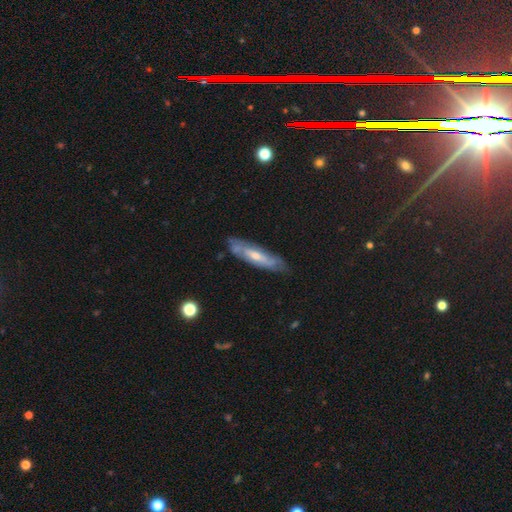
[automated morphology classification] Q: Smooth or featured?
A: featured or disk (64%); runner-up: smooth (29%)
Q: Edge-on disk?
A: no (53%); runner-up: yes (47%)
Q: Merging?
A: none (77%); runner-up: minor disturbance (17%)